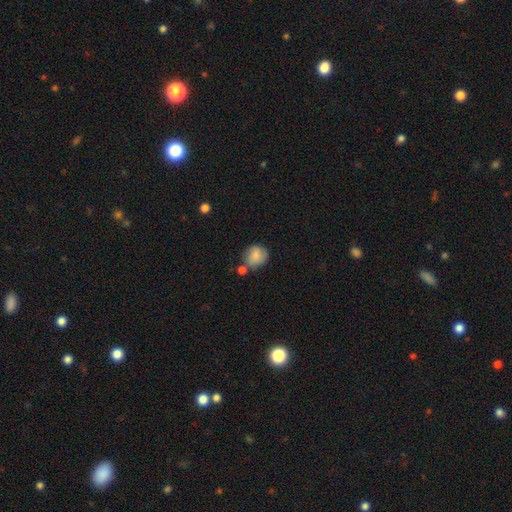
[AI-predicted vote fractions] Smooth or featured? Predicted: smooth (p=0.81). How rounded? Predicted: round (p=0.80). Merging? Predicted: none (p=0.60).